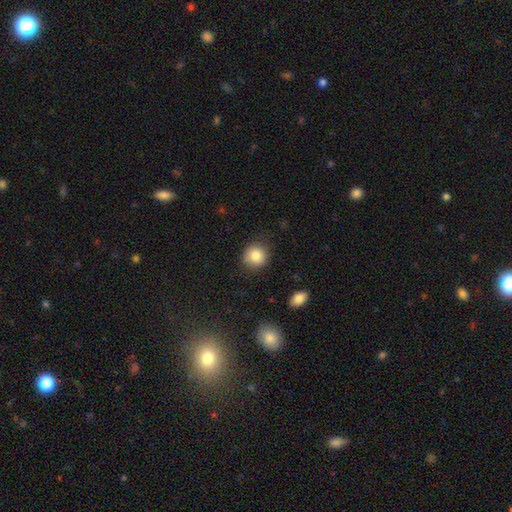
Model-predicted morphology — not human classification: Q: Smooth or featured?
A: smooth (84%); runner-up: star or artifact (10%)
Q: How rounded?
A: round (89%); runner-up: in between (10%)
Q: Merging?
A: none (83%); runner-up: minor disturbance (13%)